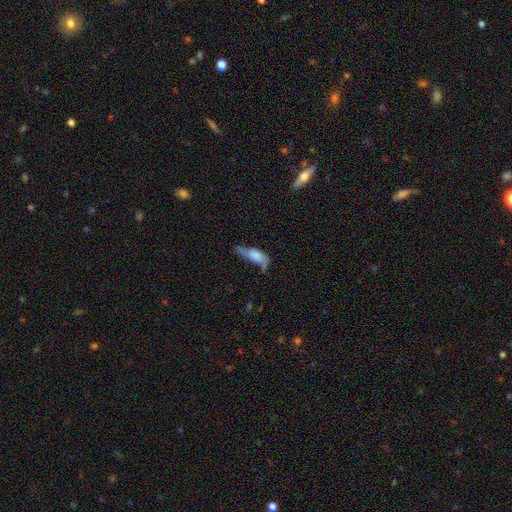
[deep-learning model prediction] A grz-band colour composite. It shows a smooth galaxy with no disk features (63%) that is in between round and cigar-shaped (69%). Merging: minor disturbance (34%).